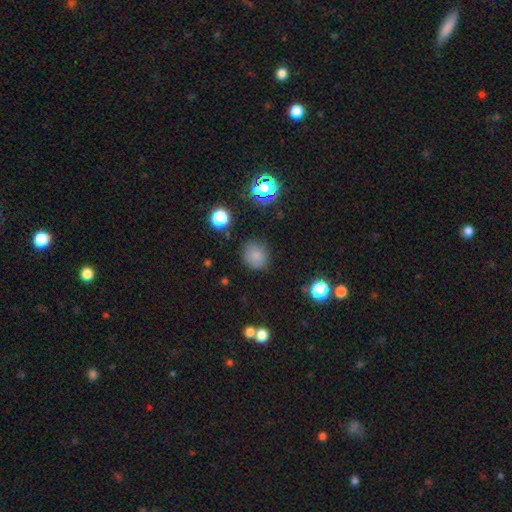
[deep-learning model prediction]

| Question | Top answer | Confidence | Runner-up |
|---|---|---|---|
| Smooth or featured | smooth | 78% | star or artifact (15%) |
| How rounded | round | 78% | in between (21%) |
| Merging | none | 82% | minor disturbance (12%) |